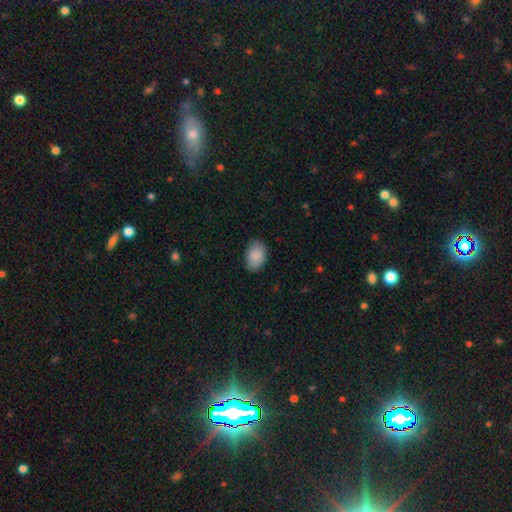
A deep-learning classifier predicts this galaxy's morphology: This is clearly a smooth galaxy (89%). How rounded: clearly in between (86%). Merging: clearly none (85%).